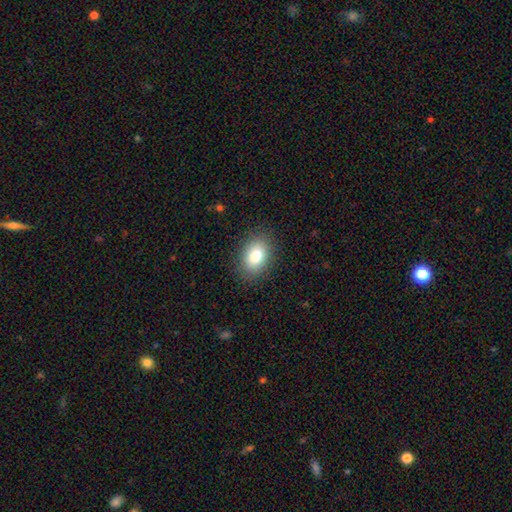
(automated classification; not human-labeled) Smooth or featured? smooth (84%)
How rounded? in between (83%)
Merging? none (86%)